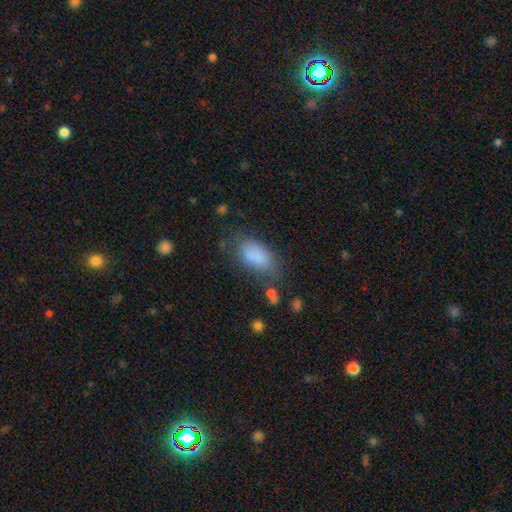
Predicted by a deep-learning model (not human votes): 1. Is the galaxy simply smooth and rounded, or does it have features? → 81% smooth, 10% featured or disk, 9% star or artifact.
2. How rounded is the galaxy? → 91% in between, 5% round, 4% cigar-shaped.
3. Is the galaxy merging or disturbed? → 53% none, 26% minor disturbance, 14% major disturbance, 6% merger.